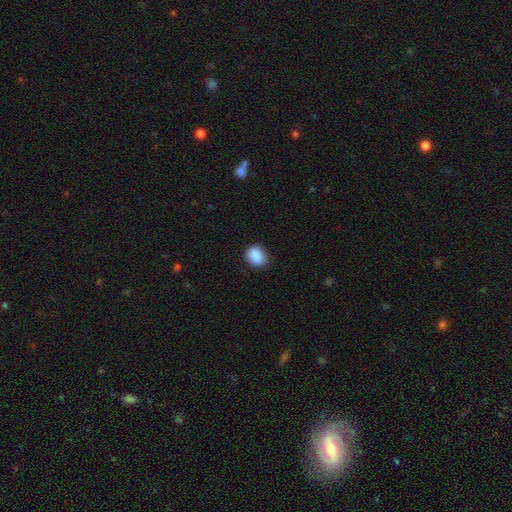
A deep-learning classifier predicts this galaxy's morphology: Smooth or featured?
  - smooth: 89% *
  - star or artifact: 8%
  - featured or disk: 3%
How rounded?
  - in between: 57% *
  - round: 42%
  - cigar-shaped: 1%
Merging?
  - none: 84% *
  - minor disturbance: 13%
  - major disturbance: 3%
  - merger: 1%